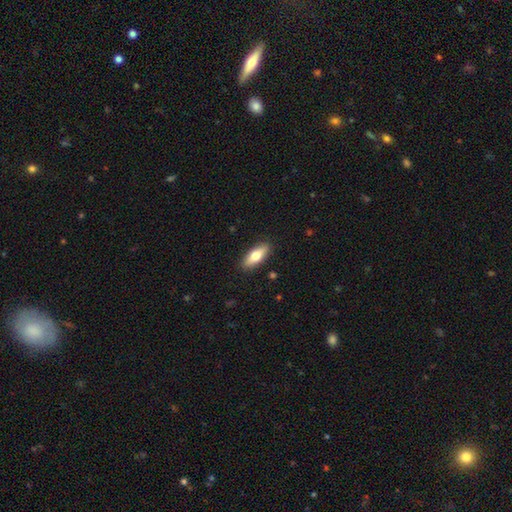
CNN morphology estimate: Smooth or featured? Predicted: smooth (p=0.70). How rounded? Predicted: in between (p=0.70). Merging? Predicted: none (p=0.89).